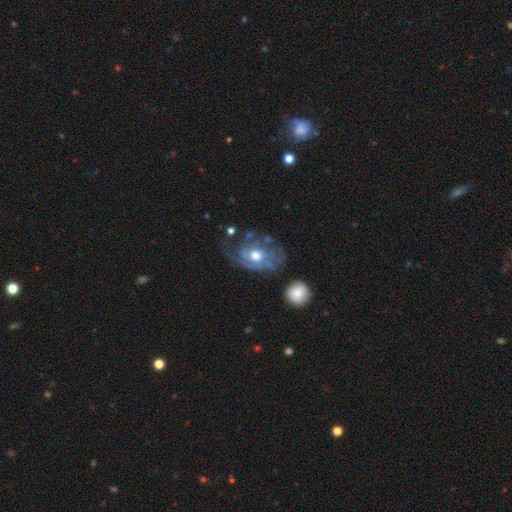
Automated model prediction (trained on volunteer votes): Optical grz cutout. It shows a featured or disk galaxy (72%) with no bar (79%), tight (44%) spiral arms (78%) and a moderate central bulge (65%). Merging: none (42%).